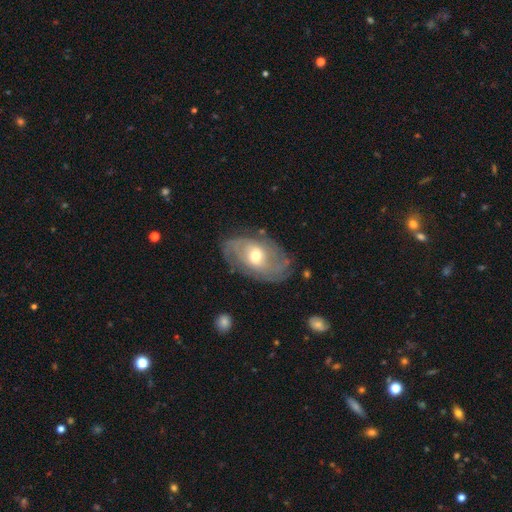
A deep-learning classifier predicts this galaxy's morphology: Smooth or featured?
  - featured or disk: 74% *
  - smooth: 20%
  - star or artifact: 6%
Edge-on disk?
  - no: 94% *
  - yes: 6%
Bar?
  - no: 63% *
  - weak: 30%
  - strong: 7%
Spiral arms?
  - yes: 82% *
  - no: 18%
Spiral winding?
  - tight: 52% *
  - medium: 32%
  - loose: 16%
Spiral arm count?
  - can't tell: 39% * (tied)
  - 2: 39% * (tied)
  - 3: 10%
  - 1: 5%
  - 4: 4%
  - more than 4: 3%
Bulge size?
  - moderate: 64% *
  - small: 29%
  - large: 5%
  - dominant: 1%
  - none: 1%
Merging?
  - none: 71% *
  - minor disturbance: 19%
  - major disturbance: 8%
  - merger: 2%